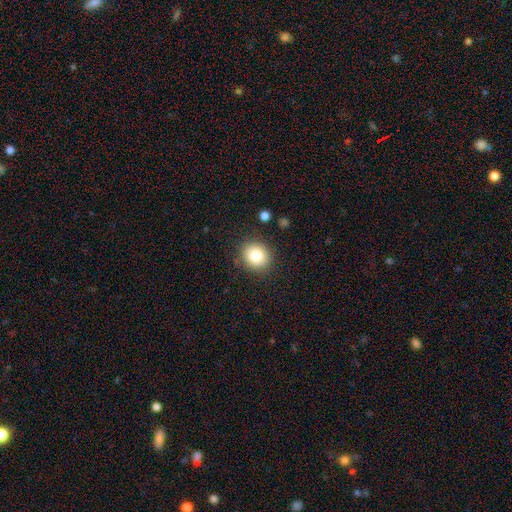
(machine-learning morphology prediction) A smooth galaxy with no disk features (82%) that is round (76%).

Vote fractions:
- Smooth or featured? smooth: 82% / star or artifact: 10% / featured or disk: 8%
- How rounded? round: 76% / in between: 24% / cigar-shaped: 1%
- Merging? none: 87% / minor disturbance: 9% / major disturbance: 3% / merger: 2%